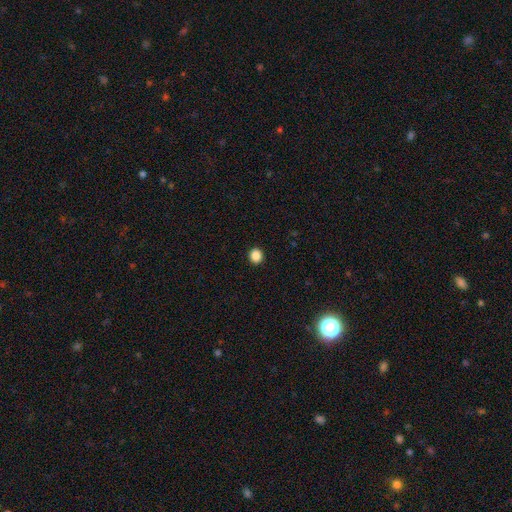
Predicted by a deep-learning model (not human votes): Smooth or featured? smooth (87%)
How rounded? round (83%)
Merging? none (93%)